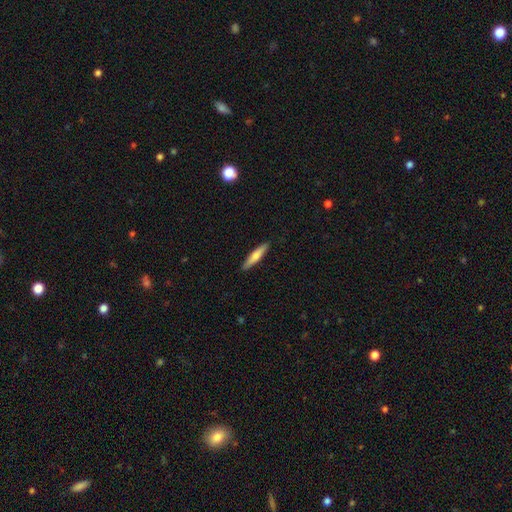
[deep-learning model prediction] This appears to be a smooth galaxy with no disk features (61%) that is cigar-shaped (87%). Merging: none (91%).